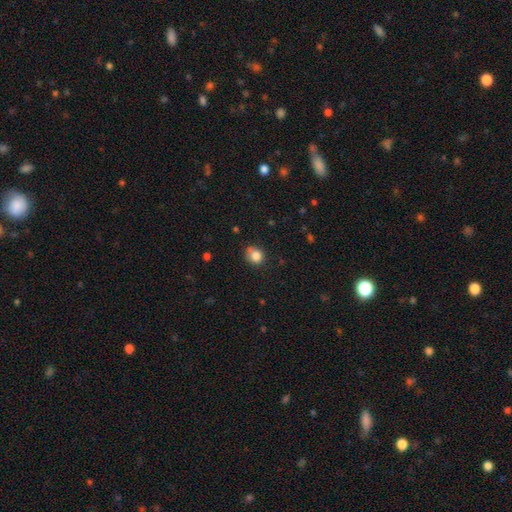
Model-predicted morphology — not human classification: smooth-or-featured: smooth: 82% | star or artifact: 11% | featured or disk: 7%
  how-rounded: round: 72% | in between: 27% | cigar-shaped: 1%
  merging: none: 64% | minor disturbance: 26% | major disturbance: 6% | merger: 4%